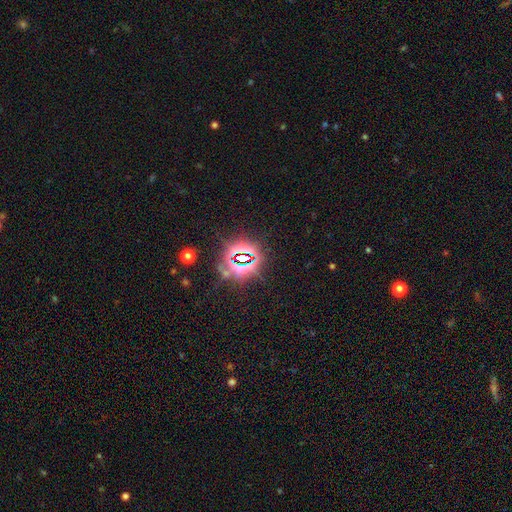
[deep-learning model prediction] Smooth or featured? Predicted: star or artifact (p=0.82).